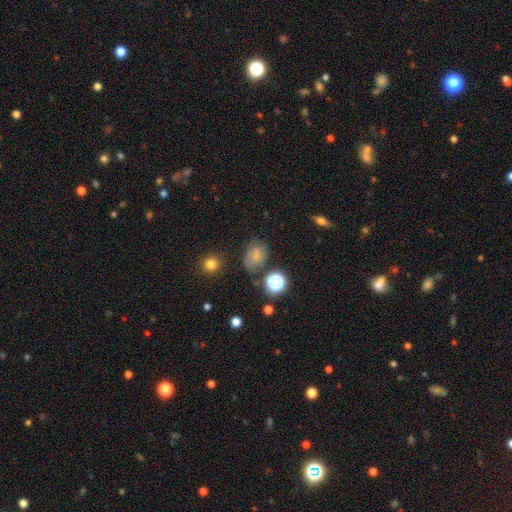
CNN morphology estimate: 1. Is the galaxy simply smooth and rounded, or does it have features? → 65% smooth, 18% star or artifact, 17% featured or disk.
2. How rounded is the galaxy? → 68% in between, 31% round, 1% cigar-shaped.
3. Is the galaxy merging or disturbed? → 59% none, 25% minor disturbance, 11% major disturbance, 6% merger.